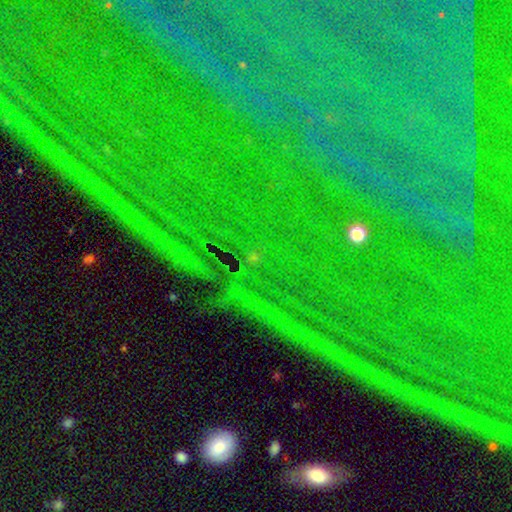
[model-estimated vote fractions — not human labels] Smooth or featured?
  - star or artifact: 83% *
  - featured or disk: 9%
  - smooth: 8%